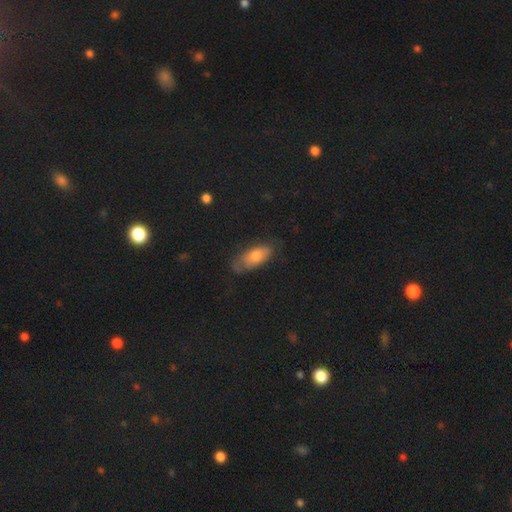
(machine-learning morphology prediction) smooth_or_featured: smooth (p=0.63) [alt: featured or disk p=0.25]
how_rounded: in between (p=0.83) [alt: cigar-shaped p=0.13]
merging: none (p=0.65) [alt: minor disturbance p=0.25]